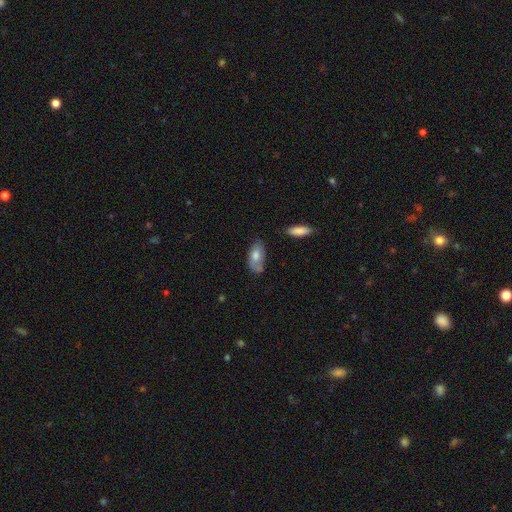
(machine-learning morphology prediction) smooth-or-featured: smooth: 69% | featured or disk: 24% | star or artifact: 7%
  how-rounded: in between: 90% | cigar-shaped: 6% | round: 4%
  merging: none: 52% | minor disturbance: 31% | major disturbance: 10% | merger: 7%